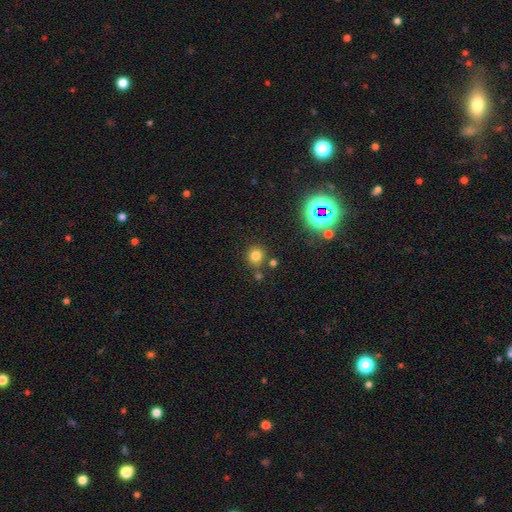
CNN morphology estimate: Q: Smooth or featured?
A: smooth (74%); runner-up: star or artifact (19%)
Q: How rounded?
A: round (88%); runner-up: in between (10%)
Q: Merging?
A: none (77%); runner-up: minor disturbance (10%)